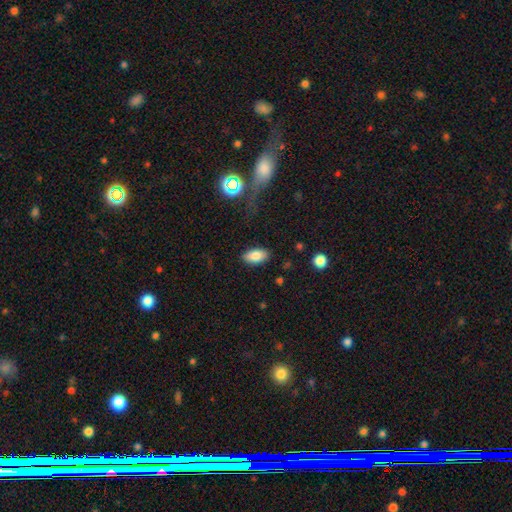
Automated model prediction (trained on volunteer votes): A smooth galaxy with no disk features (83%) that is in between round and cigar-shaped (93%). Merging: none (86%).